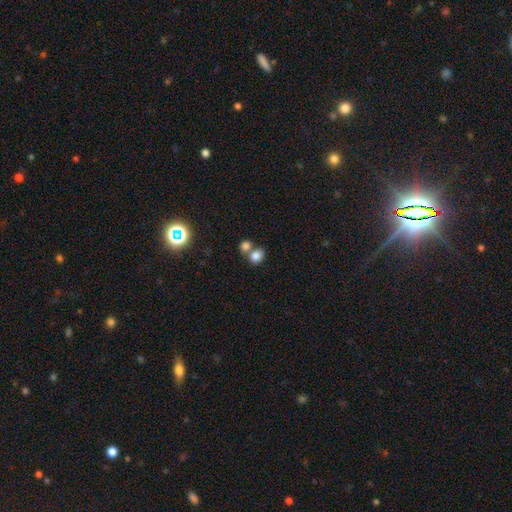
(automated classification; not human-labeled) This appears to be a smooth galaxy with no disk features (80%) that is round (62%). Merging: merger (49%).